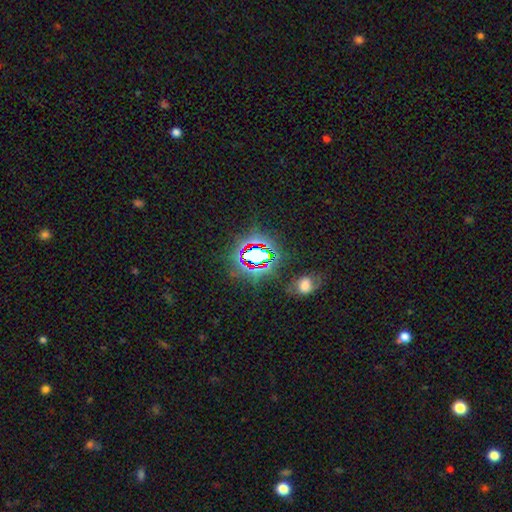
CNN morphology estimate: A star or artifact, not a galaxy (73%).

Vote fractions:
- Smooth or featured? star or artifact: 73% / smooth: 16% / featured or disk: 11%